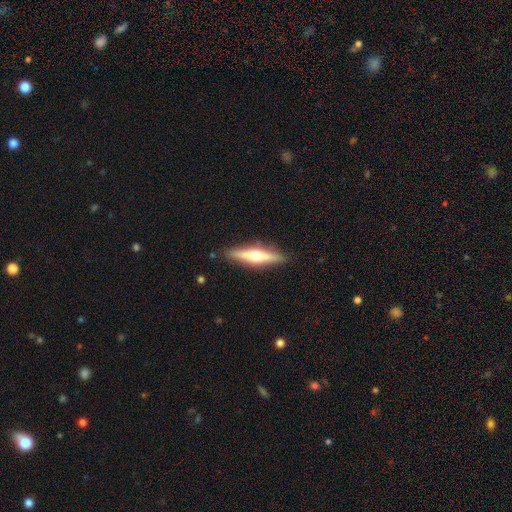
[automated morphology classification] Overall: featured or disk (57%; smooth 38%). Edge-on disk: yes (95%). Edge-on bulge: rounded (89%). Merging: none (89%).